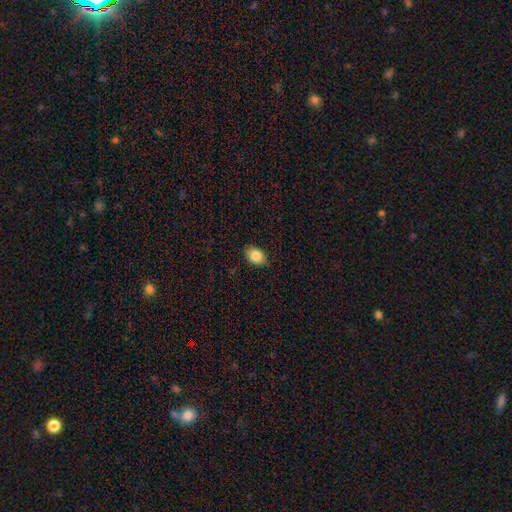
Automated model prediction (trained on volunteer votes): This appears to be a smooth galaxy with no disk features (85%) that is in between round and cigar-shaped (77%). Merging: none (81%).